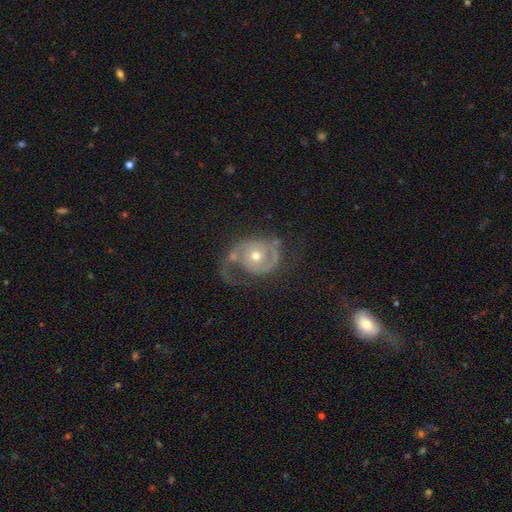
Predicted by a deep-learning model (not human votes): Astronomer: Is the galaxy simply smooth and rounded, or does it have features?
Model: featured or disk — 80%.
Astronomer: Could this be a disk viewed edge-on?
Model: no — 97%.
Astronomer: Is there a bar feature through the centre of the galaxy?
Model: no — 78%.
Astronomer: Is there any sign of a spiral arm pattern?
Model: yes — 87%.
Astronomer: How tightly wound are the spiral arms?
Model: medium — 41% (runner-up: tight, 32%).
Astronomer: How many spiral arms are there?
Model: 2 — 54% (runner-up: 1, 33%).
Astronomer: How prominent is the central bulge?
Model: moderate — 58% (runner-up: small, 37%).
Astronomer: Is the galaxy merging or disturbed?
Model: none — 43% (runner-up: major disturbance, 32%).